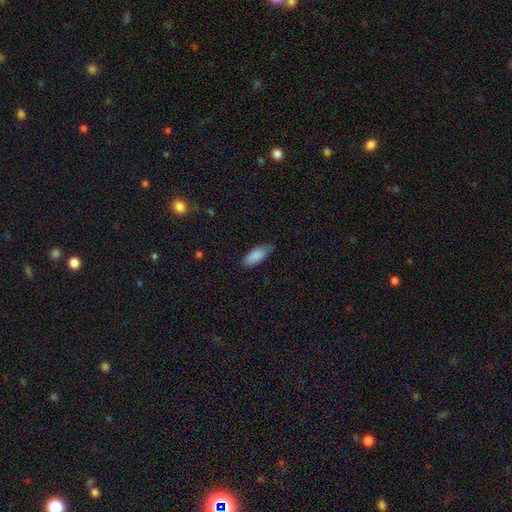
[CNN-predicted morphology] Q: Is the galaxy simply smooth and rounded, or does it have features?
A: smooth — 88%.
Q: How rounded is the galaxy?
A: in between — 81%.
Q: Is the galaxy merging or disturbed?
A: none — 75%.